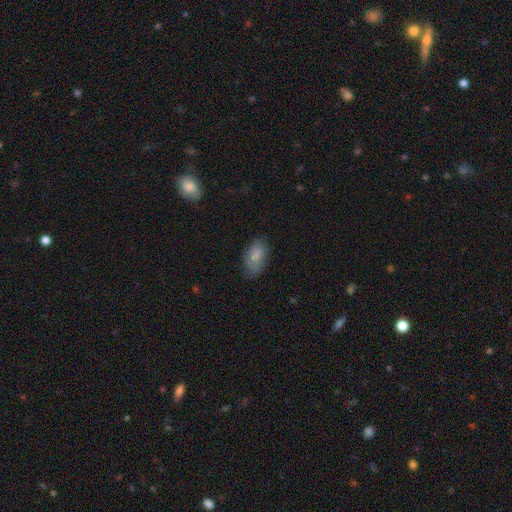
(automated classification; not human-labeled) A smooth galaxy with no disk features (78%) that is in between round and cigar-shaped (92%).

Vote fractions:
- Smooth or featured? smooth: 78% / featured or disk: 15% / star or artifact: 7%
- How rounded? in between: 92% / round: 4% / cigar-shaped: 4%
- Merging? none: 70% / minor disturbance: 22% / major disturbance: 6% / merger: 1%